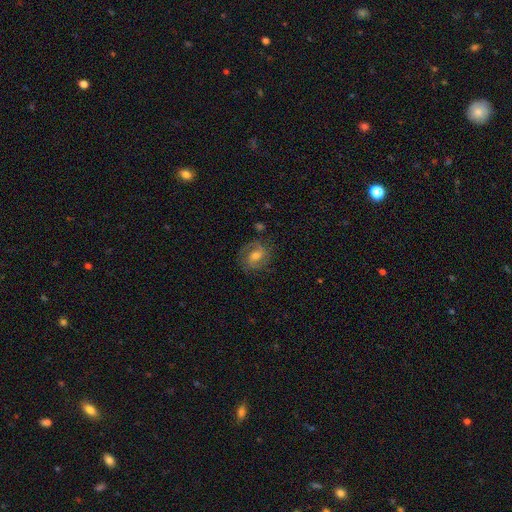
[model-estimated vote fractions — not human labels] Q: Smooth or featured?
A: featured or disk (68%); runner-up: smooth (23%)
Q: Edge-on disk?
A: no (97%); runner-up: yes (3%)
Q: Bar?
A: weak (48%); runner-up: no (37%)
Q: Spiral arms?
A: yes (89%); runner-up: no (11%)
Q: Spiral winding?
A: medium (47%); runner-up: tight (35%)
Q: Spiral arm count?
A: 2 (74%); runner-up: can't tell (12%)
Q: Bulge size?
A: moderate (63%); runner-up: small (29%)
Q: Merging?
A: none (74%); runner-up: minor disturbance (17%)